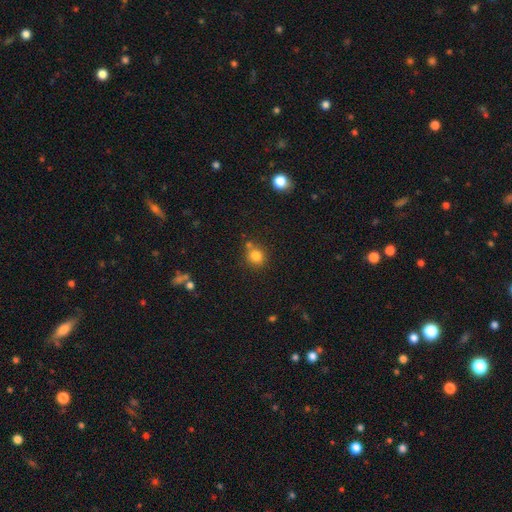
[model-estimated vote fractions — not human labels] smooth-or-featured: smooth: 81% | star or artifact: 12% | featured or disk: 6%
  how-rounded: round: 83% | in between: 16% | cigar-shaped: 1%
  merging: none: 69% | merger: 16% | minor disturbance: 12% | major disturbance: 4%